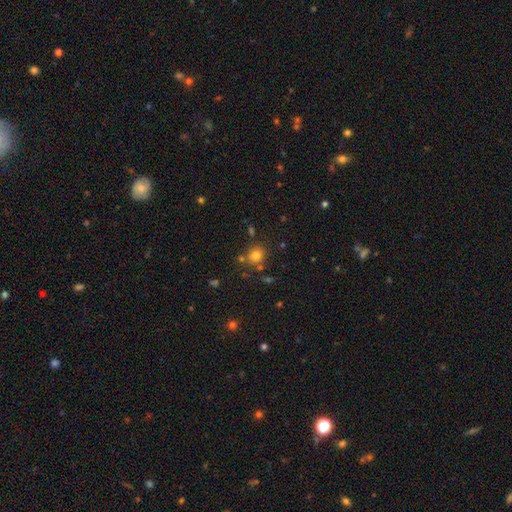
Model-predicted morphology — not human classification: This appears to be a smooth galaxy with no disk features (76%) that is round (81%). Merging: none (75%).